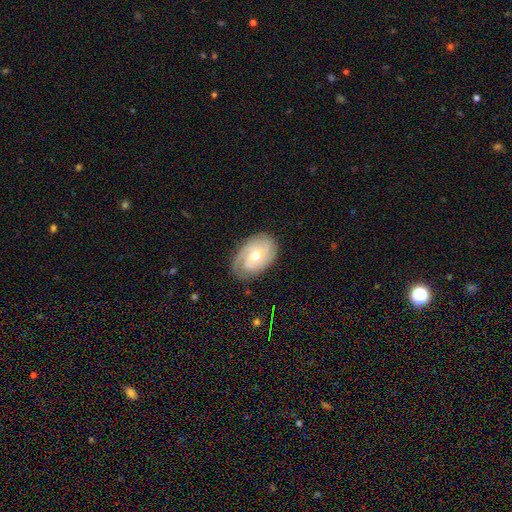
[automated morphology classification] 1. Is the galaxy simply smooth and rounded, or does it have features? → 75% featured or disk, 19% smooth, 6% star or artifact.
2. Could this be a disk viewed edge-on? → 95% no, 5% yes.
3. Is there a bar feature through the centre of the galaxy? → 59% no, 34% weak, 8% strong.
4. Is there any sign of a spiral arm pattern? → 91% yes, 9% no.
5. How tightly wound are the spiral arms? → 61% tight, 29% medium, 10% loose.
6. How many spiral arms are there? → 41% 2, 27% can't tell, 14% 3, 12% 1, 3% 4, 3% more than 4.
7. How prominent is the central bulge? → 60% moderate, 36% small, 2% large, 1% none, 1% dominant.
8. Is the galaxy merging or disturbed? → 79% none, 15% minor disturbance, 5% major disturbance, 1% merger.